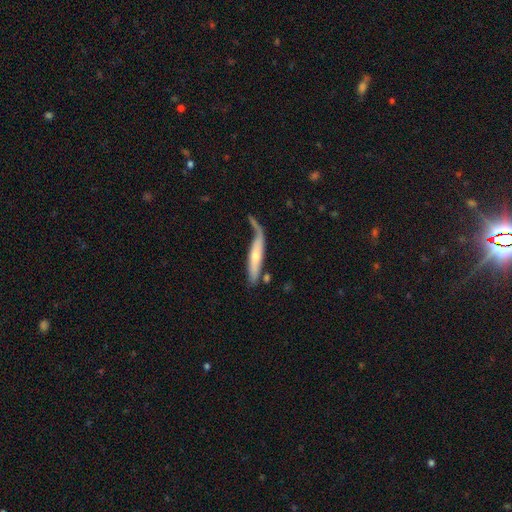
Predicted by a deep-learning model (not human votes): Morphology: type=smooth (48%); merging=none (38%).